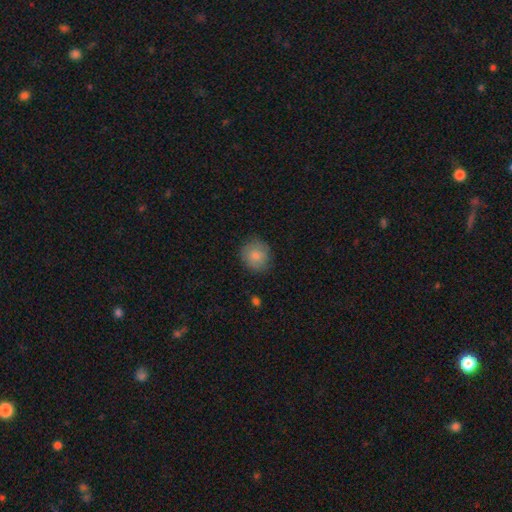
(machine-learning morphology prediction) smooth_or_featured: smooth (p=0.84) [alt: featured or disk p=0.09]
how_rounded: round (p=0.85) [alt: in between p=0.14]
merging: none (p=0.82) [alt: minor disturbance p=0.13]